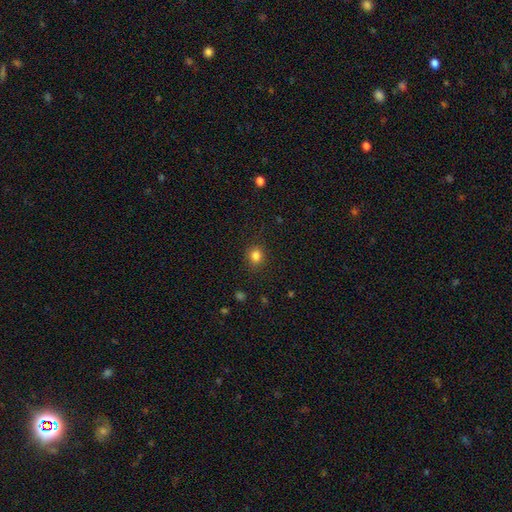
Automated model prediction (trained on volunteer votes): Smooth or featured? smooth (84%)
How rounded? round (76%)
Merging? none (87%)